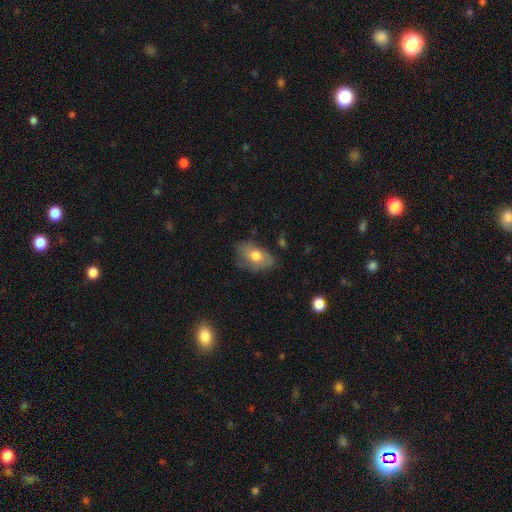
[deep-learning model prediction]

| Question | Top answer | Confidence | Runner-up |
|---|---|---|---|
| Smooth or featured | smooth | 70% | featured or disk (22%) |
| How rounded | in between | 88% | round (10%) |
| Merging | none | 66% | minor disturbance (26%) |